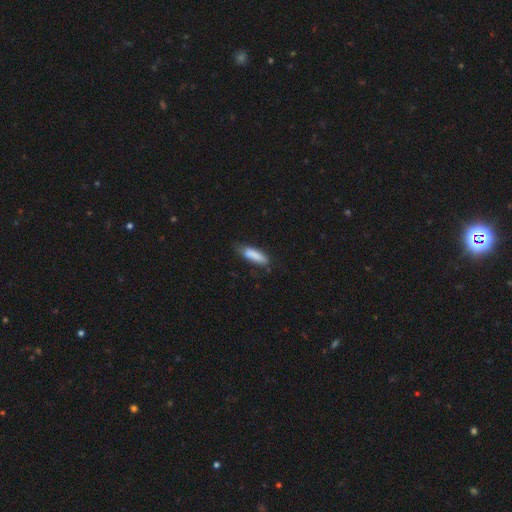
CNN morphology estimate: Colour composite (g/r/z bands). It shows a smooth galaxy with no disk features (84%) that is cigar-shaped (60%). Merging: none (63%).